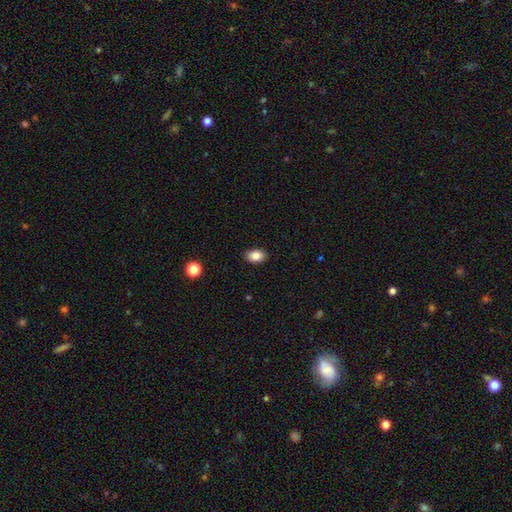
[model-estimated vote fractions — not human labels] This appears to be a smooth galaxy with no disk features (85%) that is in between round and cigar-shaped (85%). Merging: none (89%).